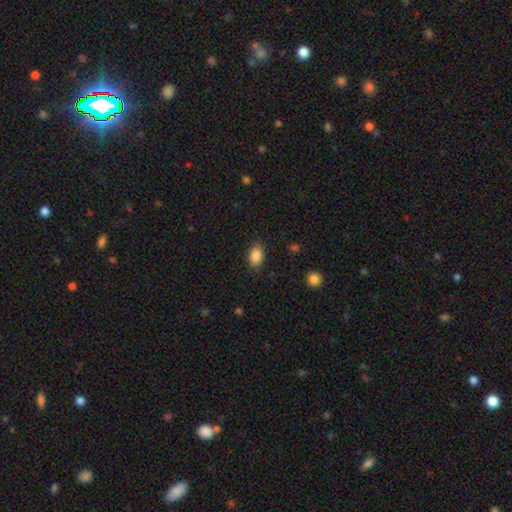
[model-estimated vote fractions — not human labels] smooth 88%, star or artifact 8%, featured or disk 4%. Down the decision tree: how rounded — in between (81%); merging — none (83%).